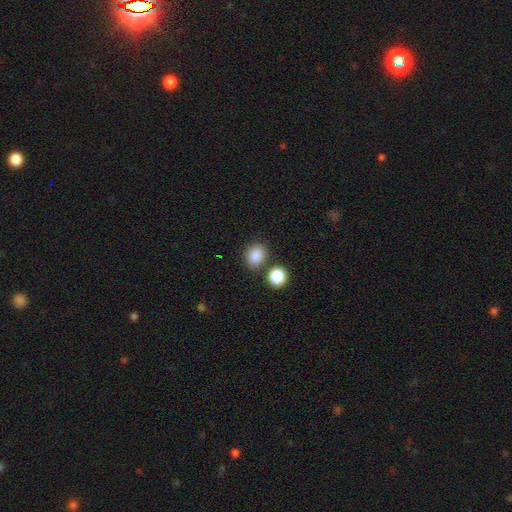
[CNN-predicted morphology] smooth_or_featured: smooth (p=0.86) [alt: star or artifact p=0.10]
how_rounded: round (p=0.60) [alt: in between p=0.39]
merging: none (p=0.75) [alt: merger p=0.11]